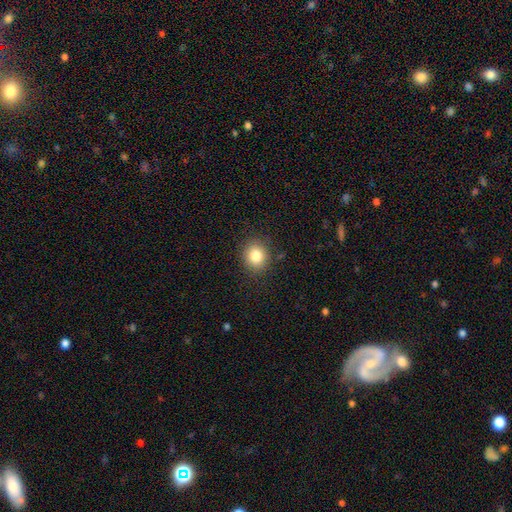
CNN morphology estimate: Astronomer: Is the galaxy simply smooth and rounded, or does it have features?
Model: smooth — 82%.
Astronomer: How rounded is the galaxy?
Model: round — 72%.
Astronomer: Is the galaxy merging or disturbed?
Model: none — 88%.